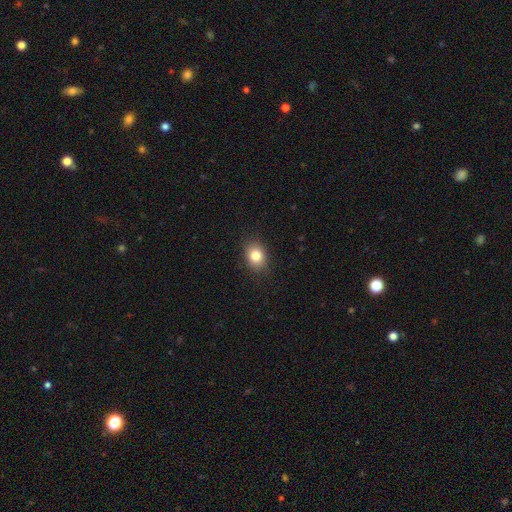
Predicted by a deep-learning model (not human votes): Morphology: type=smooth (82%); roundness=in between (57%); merging=none (88%).